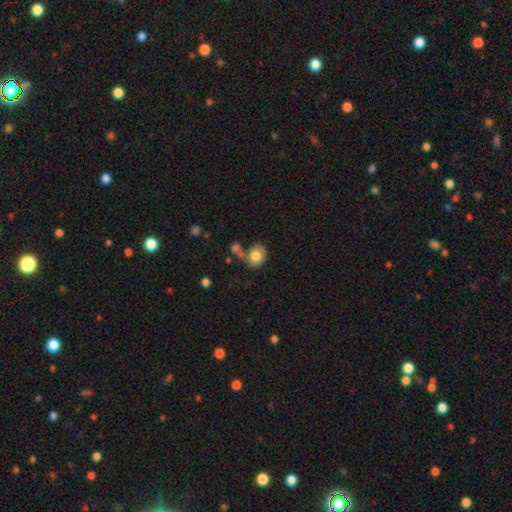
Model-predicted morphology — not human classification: Smooth or featured: smooth — 79% (featured or disk — 14%)
How rounded: round — 65% (in between — 34%)
Merging: none — 40% (merger — 33%)